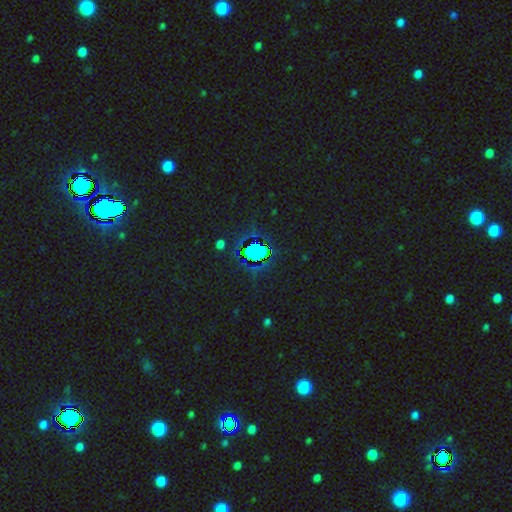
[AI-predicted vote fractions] Morphology: type=star or artifact (73%).